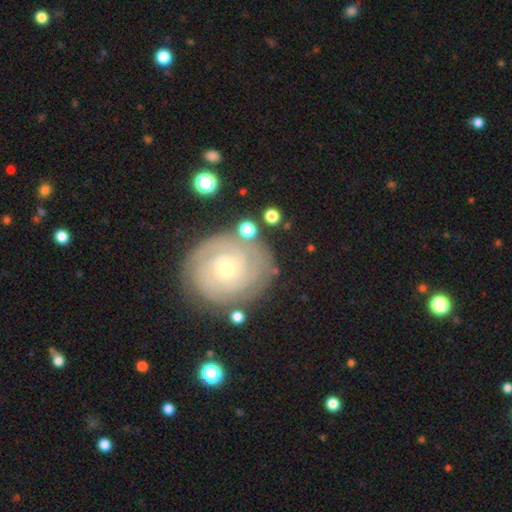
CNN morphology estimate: Overall: featured or disk (73%). Edge-on disk: no (97%). Bar: no (77%). Spiral arms: yes (90%). Spiral arm count: can't tell (39%; 2 28%). Spiral winding: tight (82%). Bulge size: small (51%; moderate 44%). Merging: none (79%).